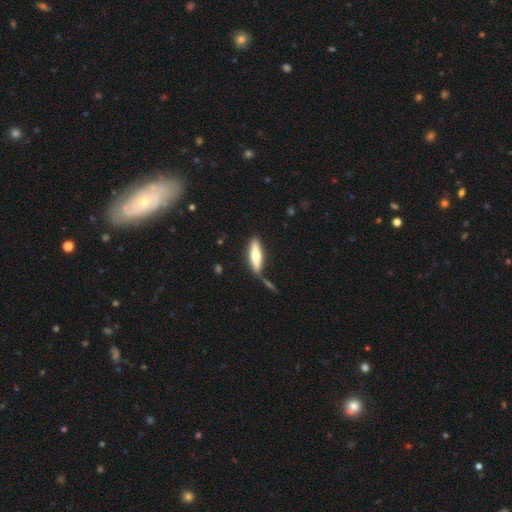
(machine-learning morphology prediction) smooth_or_featured: smooth (p=0.63) [alt: featured or disk p=0.31]
how_rounded: cigar-shaped (p=0.62) [alt: in between p=0.36]
merging: none (p=0.68) [alt: minor disturbance p=0.16]